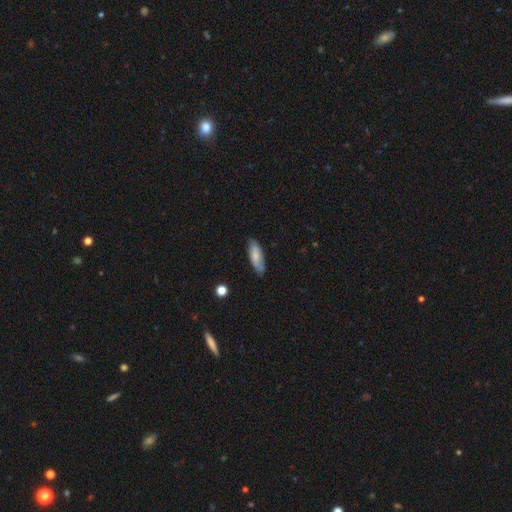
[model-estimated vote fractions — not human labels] smooth_or_featured: smooth (p=0.69) [alt: featured or disk p=0.24]
how_rounded: in between (p=0.62) [alt: cigar-shaped p=0.37]
merging: none (p=0.79) [alt: minor disturbance p=0.16]